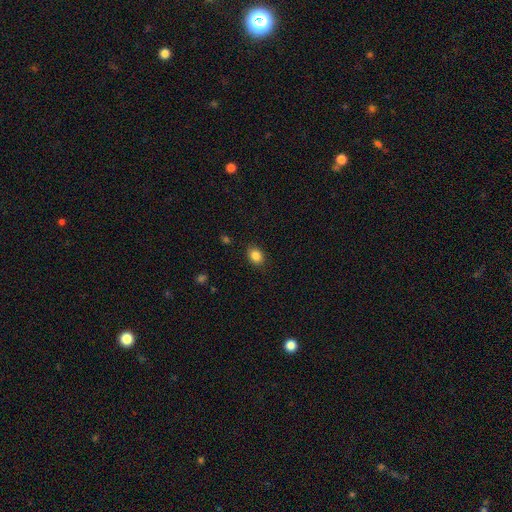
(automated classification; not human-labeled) This is clearly a smooth galaxy (86%). How rounded: likely in between (62%). Merging: clearly none (87%).